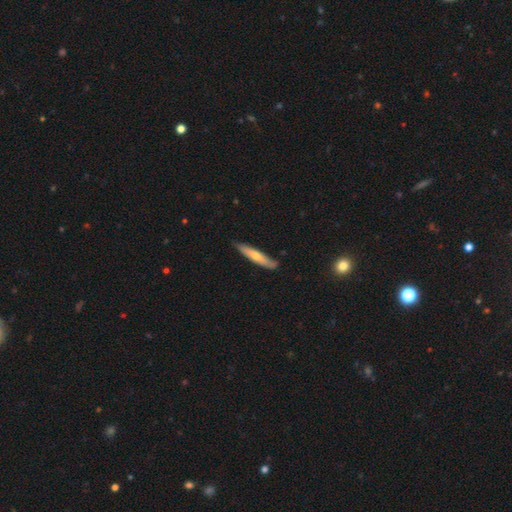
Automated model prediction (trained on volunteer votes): Smooth or featured? Predicted: smooth (p=0.55). How rounded? Predicted: cigar-shaped (p=0.89). Merging? Predicted: none (p=0.83).